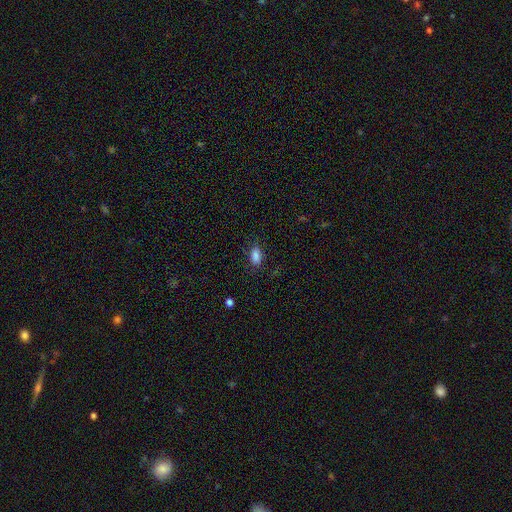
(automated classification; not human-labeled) Smooth or featured: smooth — 84% (star or artifact — 10%)
How rounded: in between — 87% (cigar-shaped — 7%)
Merging: none — 78% (minor disturbance — 16%)